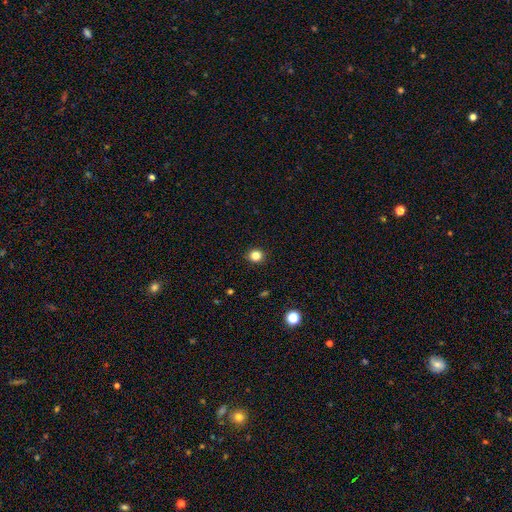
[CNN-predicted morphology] smooth 84%, star or artifact 12%, featured or disk 4%. Down the decision tree: how rounded — round (88%); merging — none (92%).